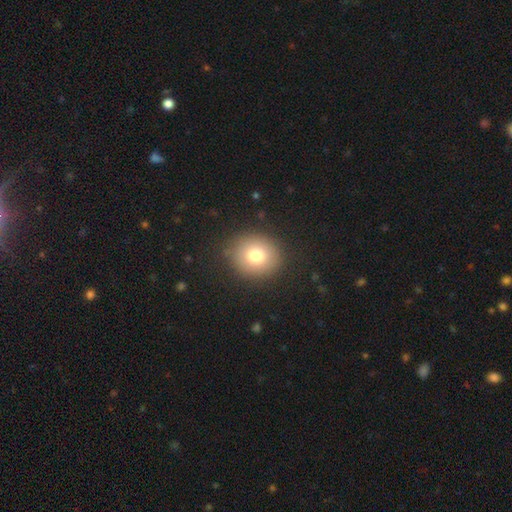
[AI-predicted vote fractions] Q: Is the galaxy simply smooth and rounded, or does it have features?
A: smooth — 77%.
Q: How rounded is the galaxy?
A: round — 81%.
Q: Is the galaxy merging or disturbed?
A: none — 86%.